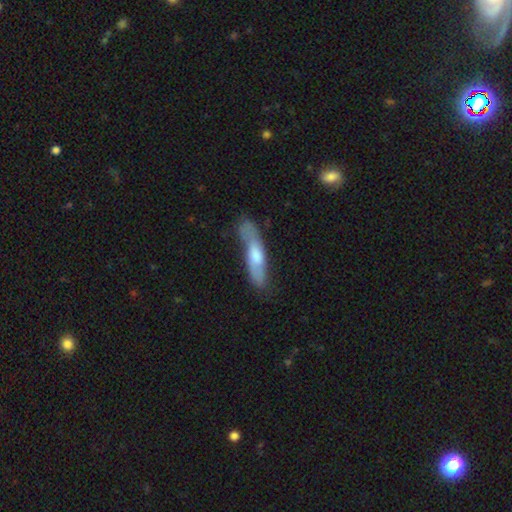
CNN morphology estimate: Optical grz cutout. It shows a featured or disk galaxy (56%) viewed edge-on (64%). Merging: none (74%).